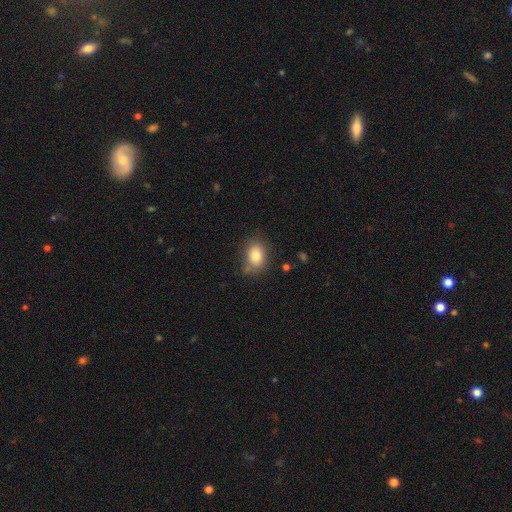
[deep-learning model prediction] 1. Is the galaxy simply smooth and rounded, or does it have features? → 79% smooth, 11% featured or disk, 9% star or artifact.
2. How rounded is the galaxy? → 66% in between, 33% round, 1% cigar-shaped.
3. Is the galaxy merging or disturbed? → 70% none, 20% minor disturbance, 5% major disturbance, 4% merger.